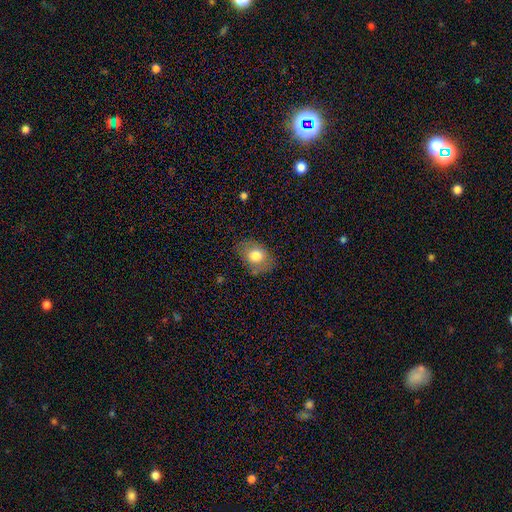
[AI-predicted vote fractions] smooth 75%, featured or disk 17%, star or artifact 8%. Down the decision tree: how rounded — in between (74%); merging — none (77%).